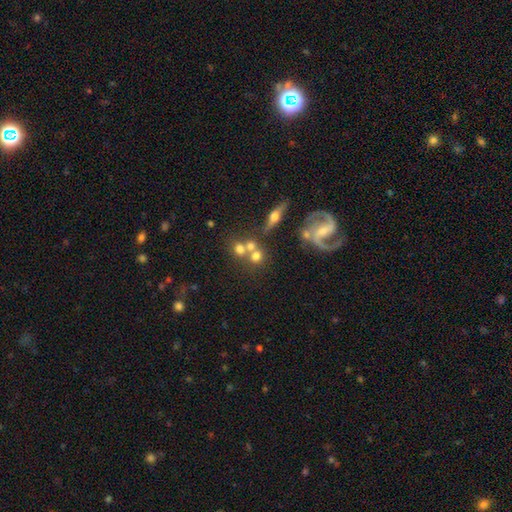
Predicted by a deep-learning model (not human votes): smooth-or-featured: smooth: 55% | featured or disk: 30% | star or artifact: 14%
  how-rounded: round: 80% | in between: 18% | cigar-shaped: 3%
  merging: none: 45% | merger: 40% | minor disturbance: 10% | major disturbance: 6%